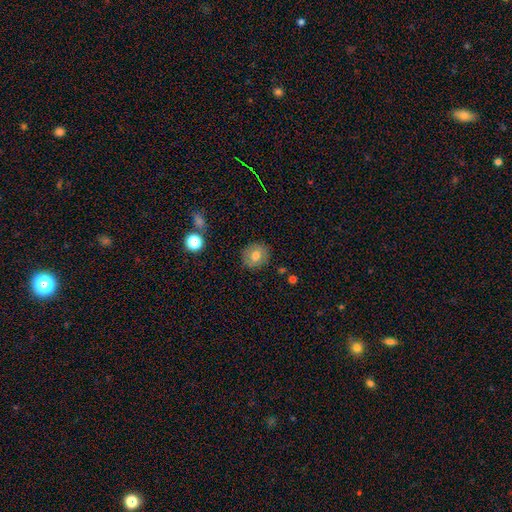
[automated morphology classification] This appears to be a smooth galaxy with no disk features (75%) that is round (73%). Merging: none (85%).